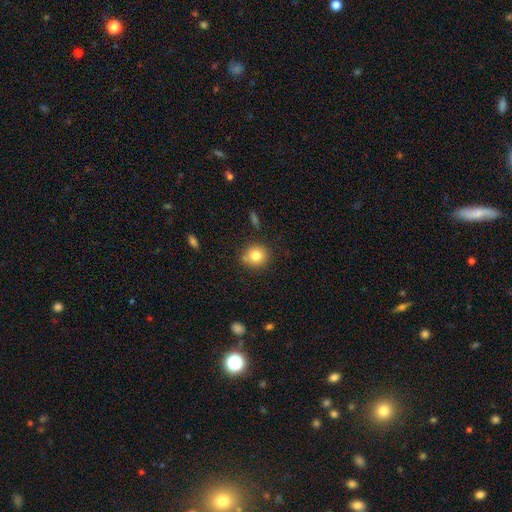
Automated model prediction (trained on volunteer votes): A smooth galaxy with no disk features (80%) that is round (86%). Merging: none (79%).